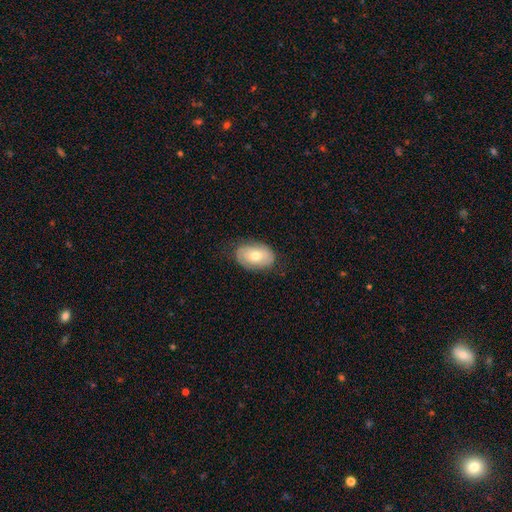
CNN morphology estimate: type=smooth (59%); roundness=in between (88%); merging=none (75%).